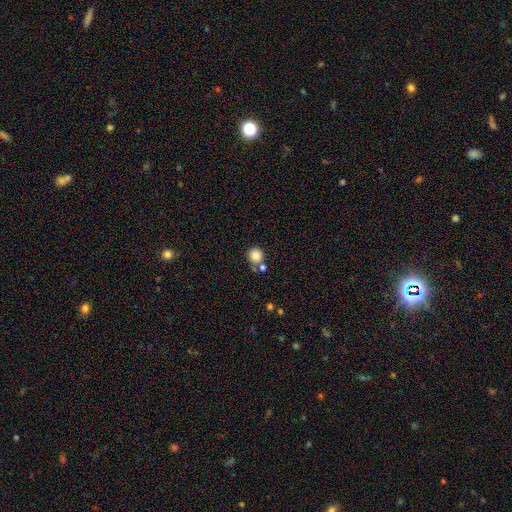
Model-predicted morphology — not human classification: Overall: smooth (83%). How rounded: round (92%). Merging: none (69%).